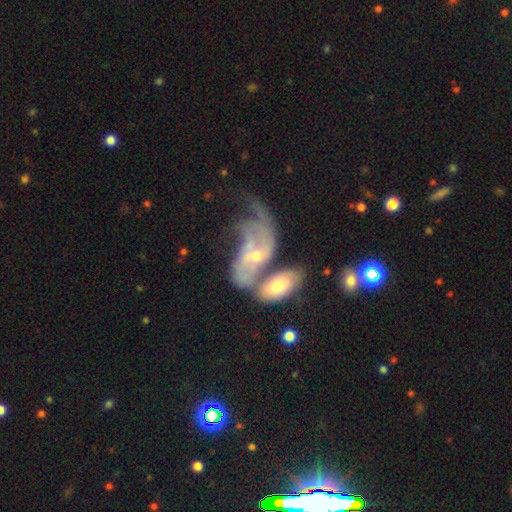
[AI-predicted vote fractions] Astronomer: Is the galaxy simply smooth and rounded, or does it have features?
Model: featured or disk — 74%.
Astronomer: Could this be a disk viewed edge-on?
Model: no — 92%.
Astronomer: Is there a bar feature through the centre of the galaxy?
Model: no — 57% (runner-up: weak, 32%).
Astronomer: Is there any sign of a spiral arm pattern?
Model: yes — 86%.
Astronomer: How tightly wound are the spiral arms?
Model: medium — 36% (runner-up: loose, 35%).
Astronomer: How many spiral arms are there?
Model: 2 — 46% (runner-up: can't tell, 27%).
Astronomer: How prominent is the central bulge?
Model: small — 57% (runner-up: moderate, 37%).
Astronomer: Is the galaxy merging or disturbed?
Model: merger — 58%.